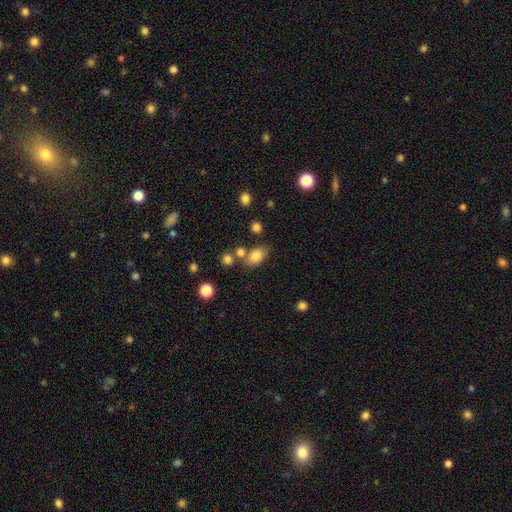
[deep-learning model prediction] This is clearly a smooth galaxy (81%). How rounded: clearly in between (80%). Merging: likely none (61%).